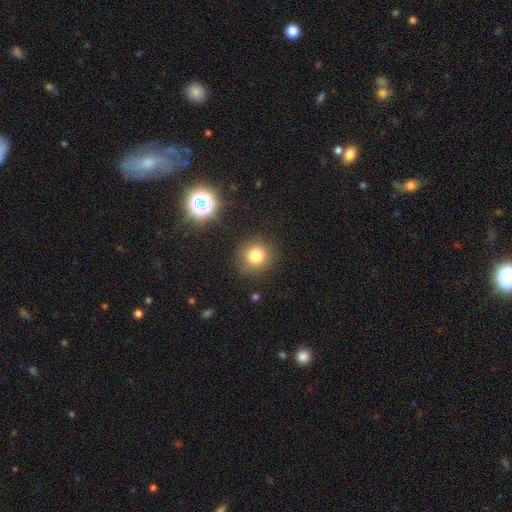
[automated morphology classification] The model was most divided on "smooth or featured": smooth: 78%, star or artifact: 14%, featured or disk: 7%. More confident: how rounded — round (91%); merging — none (84%).